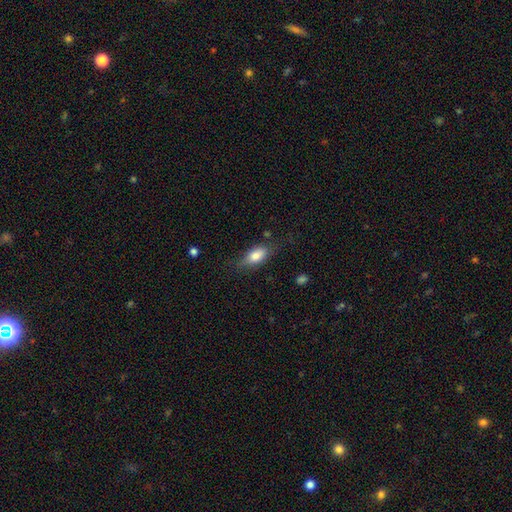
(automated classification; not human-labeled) Overall: smooth (76%). How rounded: in between (83%). Merging: none (66%).